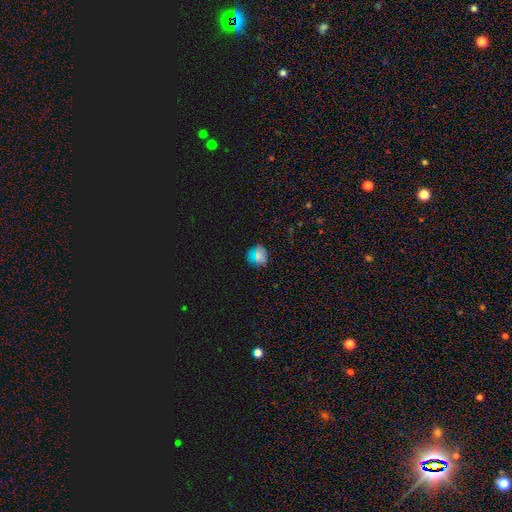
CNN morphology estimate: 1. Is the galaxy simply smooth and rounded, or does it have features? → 64% smooth, 28% star or artifact, 8% featured or disk.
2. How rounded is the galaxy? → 86% round, 13% in between, 2% cigar-shaped.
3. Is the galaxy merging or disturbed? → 86% none, 10% minor disturbance, 3% major disturbance, 2% merger.